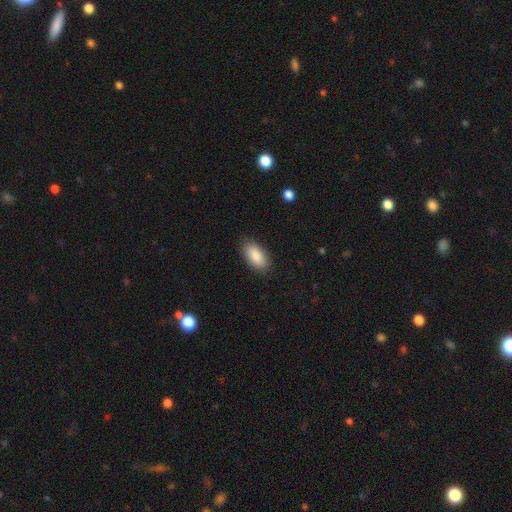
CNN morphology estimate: The model was most divided on "merging": none: 87%, minor disturbance: 10%, major disturbance: 2%, merger: 1%. More confident: how rounded — in between (92%); smooth or featured — smooth (88%).